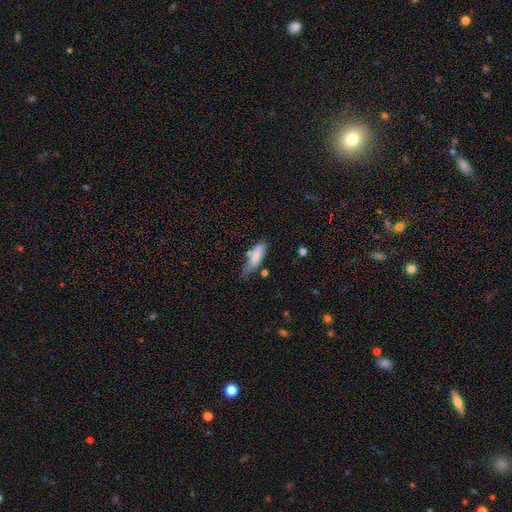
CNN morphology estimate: smooth_or_featured: smooth (p=0.76) [alt: featured or disk p=0.17]
how_rounded: in between (p=0.62) [alt: cigar-shaped p=0.36]
merging: none (p=0.45) [alt: minor disturbance p=0.36]